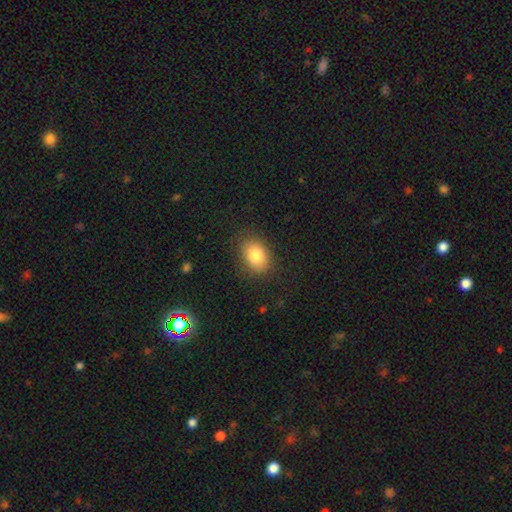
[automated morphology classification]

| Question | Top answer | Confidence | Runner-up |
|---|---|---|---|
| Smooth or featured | smooth | 82% | featured or disk (9%) |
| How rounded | in between | 68% | round (31%) |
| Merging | none | 84% | minor disturbance (11%) |